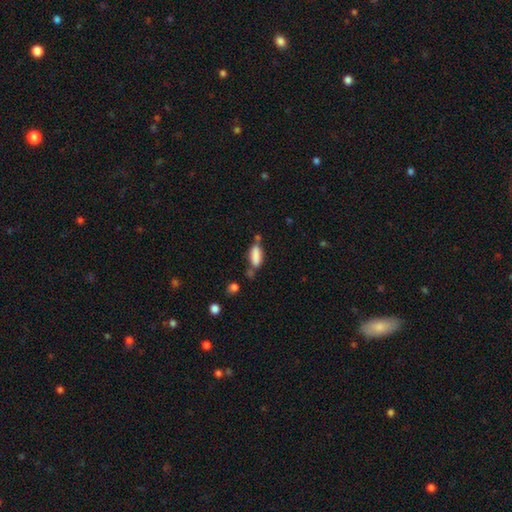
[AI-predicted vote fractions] Smooth or featured?
  - smooth: 81% *
  - featured or disk: 11%
  - star or artifact: 8%
How rounded?
  - in between: 66% *
  - cigar-shaped: 32%
  - round: 2%
Merging?
  - none: 49% *
  - minor disturbance: 25%
  - merger: 18%
  - major disturbance: 8%